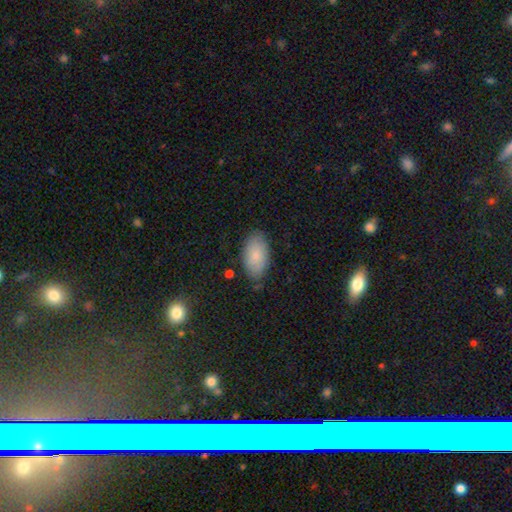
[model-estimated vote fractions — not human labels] Smooth or featured?
  - smooth: 83% *
  - featured or disk: 10%
  - star or artifact: 6%
How rounded?
  - in between: 95% *
  - round: 3%
  - cigar-shaped: 2%
Merging?
  - none: 80% *
  - minor disturbance: 15%
  - major disturbance: 3%
  - merger: 2%